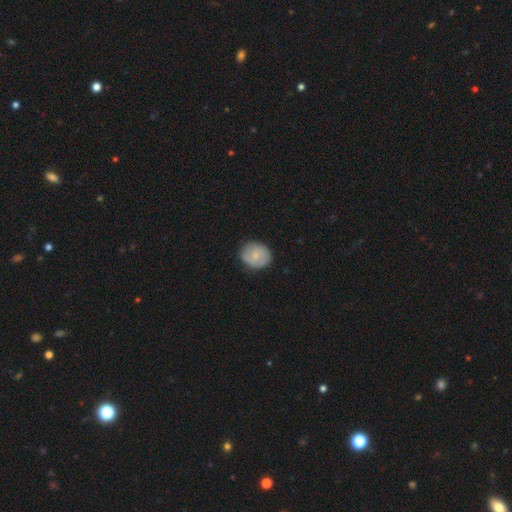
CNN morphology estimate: A smooth galaxy with no disk features (68%) that is round (73%). Merging: none (83%).